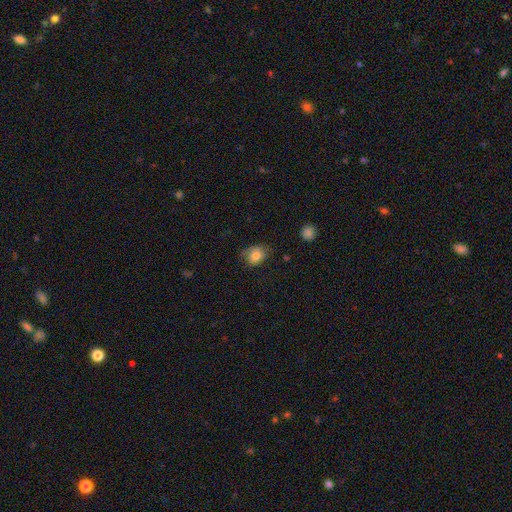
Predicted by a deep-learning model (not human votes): Smooth or featured? Predicted: smooth (p=0.81). How rounded? Predicted: in between (p=0.53). Merging? Predicted: none (p=0.58).